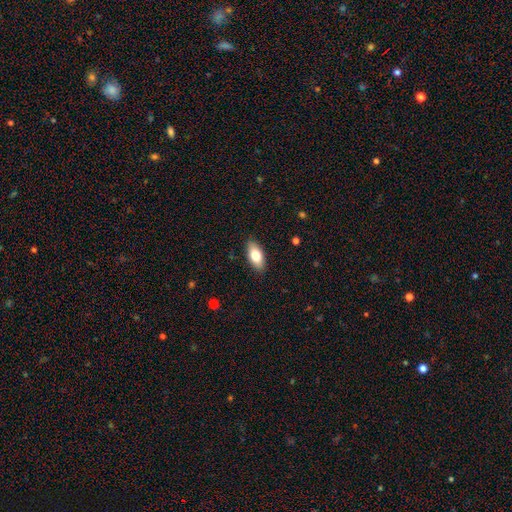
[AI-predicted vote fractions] smooth 78%, featured or disk 15%, star or artifact 7%. Down the decision tree: how rounded — in between (89%); merging — none (89%).